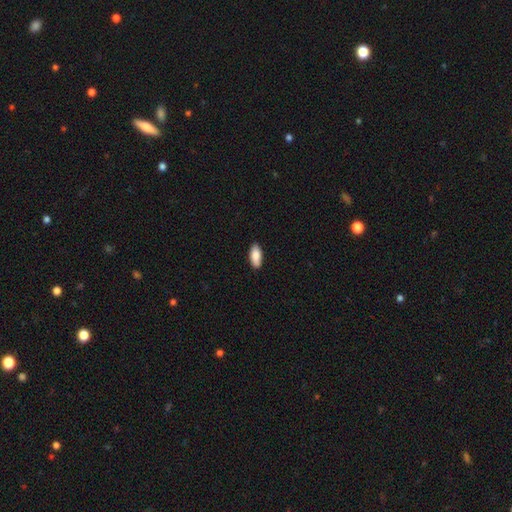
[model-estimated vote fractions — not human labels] This is clearly a smooth galaxy (88%). How rounded: clearly in between (86%). Merging: clearly none (88%).